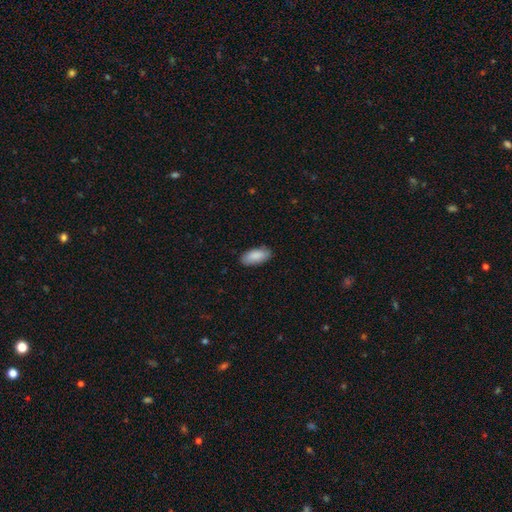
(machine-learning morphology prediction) Smooth or featured?
  - smooth: 89% *
  - star or artifact: 6%
  - featured or disk: 5%
How rounded?
  - in between: 90% *
  - cigar-shaped: 8%
  - round: 2%
Merging?
  - none: 87% *
  - minor disturbance: 10%
  - major disturbance: 2%
  - merger: 1%